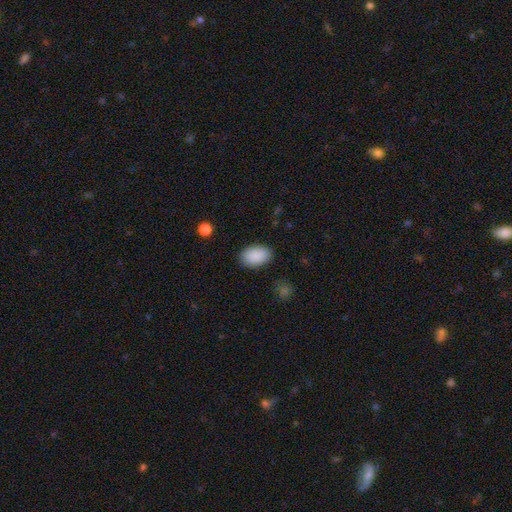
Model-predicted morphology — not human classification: Smooth or featured? smooth (90%)
How rounded? in between (91%)
Merging? none (87%)